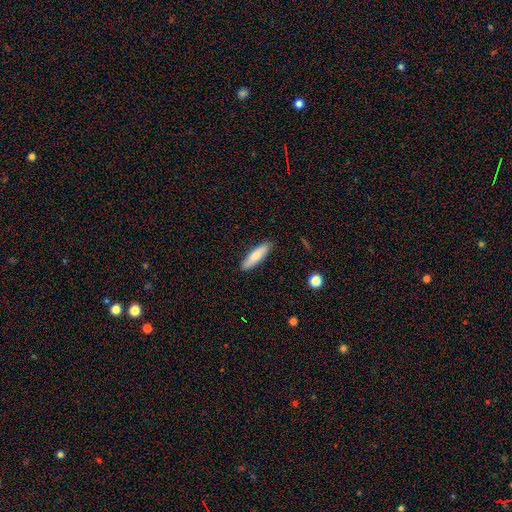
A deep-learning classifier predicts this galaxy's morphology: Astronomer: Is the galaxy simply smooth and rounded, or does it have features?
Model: smooth — 77%.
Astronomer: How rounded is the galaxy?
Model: cigar-shaped — 67%.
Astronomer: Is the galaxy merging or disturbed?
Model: none — 89%.